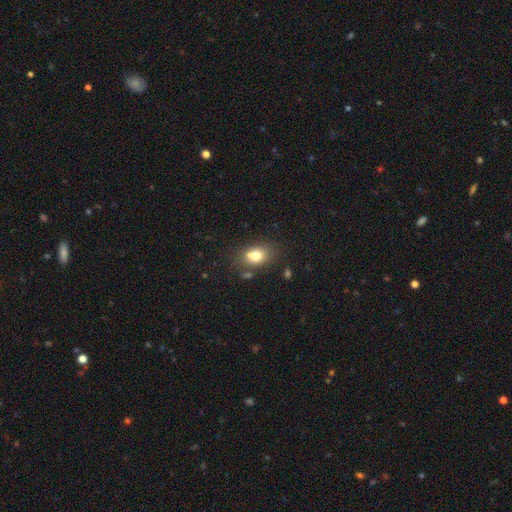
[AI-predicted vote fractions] A smooth galaxy with no disk features (74%) that is in between round and cigar-shaped (66%). Merging: none (58%).